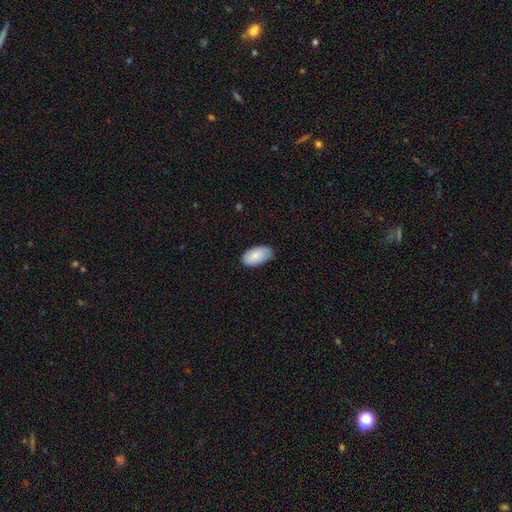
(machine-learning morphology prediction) Q: Smooth or featured?
A: smooth (86%); runner-up: featured or disk (8%)
Q: How rounded?
A: in between (96%); runner-up: round (3%)
Q: Merging?
A: none (80%); runner-up: minor disturbance (17%)